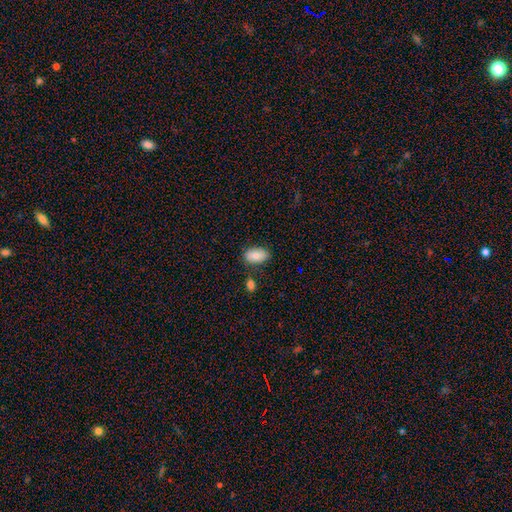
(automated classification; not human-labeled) Smooth or featured?
  - smooth: 81% *
  - featured or disk: 12%
  - star or artifact: 7%
How rounded?
  - in between: 93% *
  - round: 6%
  - cigar-shaped: 2%
Merging?
  - none: 79% *
  - minor disturbance: 14%
  - merger: 5%
  - major disturbance: 3%